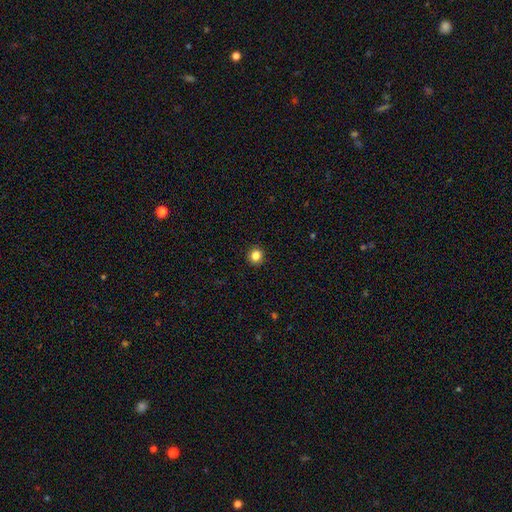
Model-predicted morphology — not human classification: type=smooth (84%); roundness=round (88%); merging=none (93%).